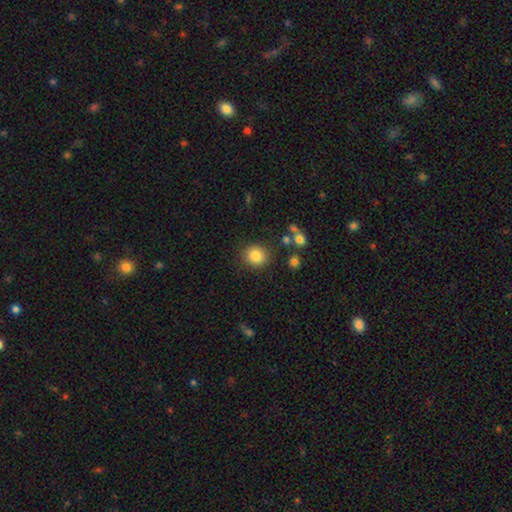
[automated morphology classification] This is clearly a smooth galaxy (85%). How rounded: clearly round (85%). Merging: clearly none (85%).